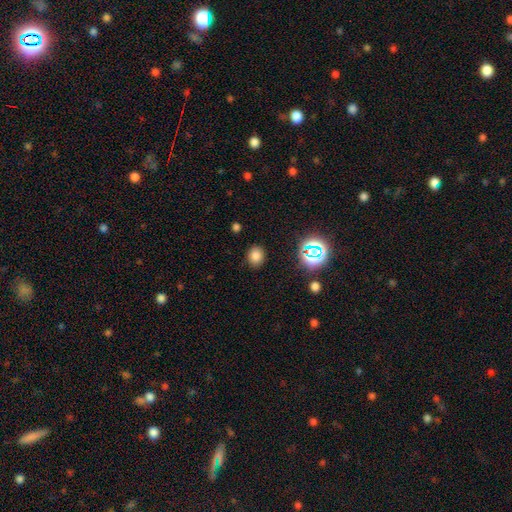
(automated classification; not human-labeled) Smooth or featured? smooth (77%)
How rounded? round (62%)
Merging? none (87%)